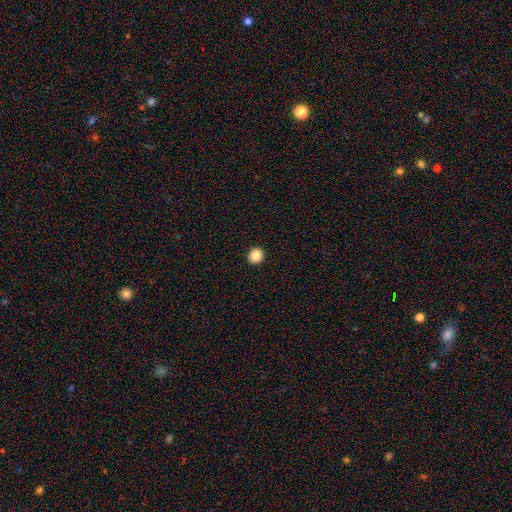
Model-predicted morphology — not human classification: Smooth or featured?
  - smooth: 87% *
  - star or artifact: 10%
  - featured or disk: 3%
How rounded?
  - round: 92% *
  - in between: 7%
  - cigar-shaped: 1%
Merging?
  - none: 94% *
  - minor disturbance: 4%
  - major disturbance: 1%
  - merger: 1%